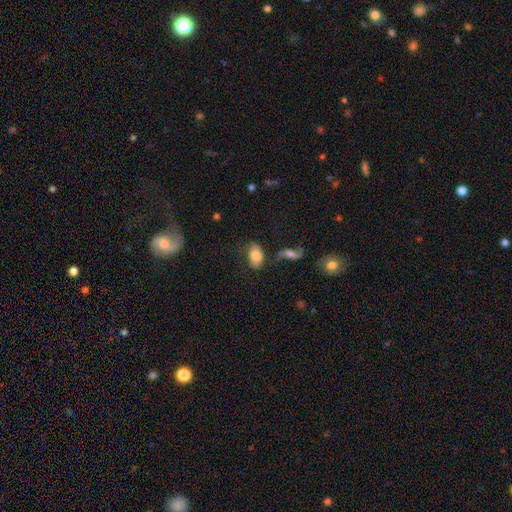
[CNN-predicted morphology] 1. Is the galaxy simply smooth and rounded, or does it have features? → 76% smooth, 16% featured or disk, 8% star or artifact.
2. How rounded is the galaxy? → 89% in between, 9% round, 2% cigar-shaped.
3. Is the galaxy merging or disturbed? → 53% none, 25% minor disturbance, 12% major disturbance, 11% merger.